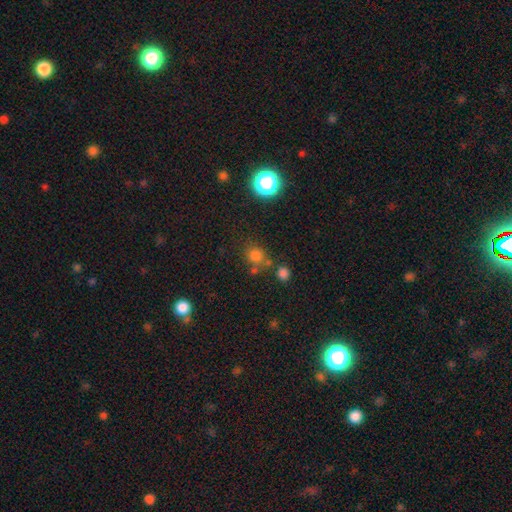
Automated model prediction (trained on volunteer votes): smooth 72%, star or artifact 21%, featured or disk 7%. Down the decision tree: how rounded — round (83%); merging — none (67%).